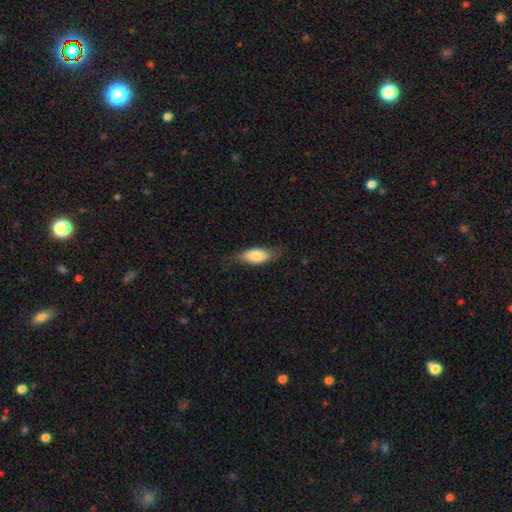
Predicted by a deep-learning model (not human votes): Smooth or featured? Predicted: smooth (p=0.72). How rounded? Predicted: in between (p=0.81). Merging? Predicted: none (p=0.66).